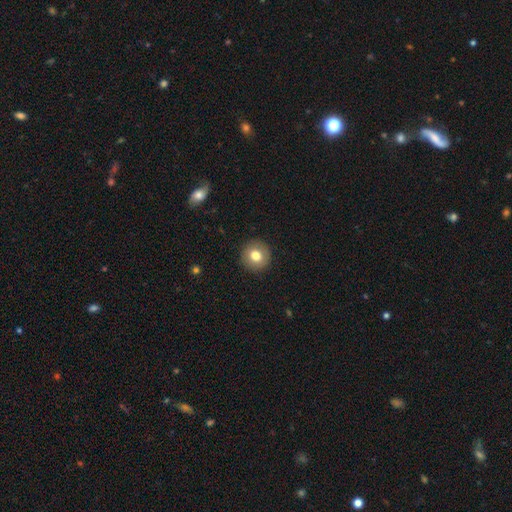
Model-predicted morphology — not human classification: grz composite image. It shows a smooth galaxy with no disk features (79%) that is round (93%). Merging: none (91%).